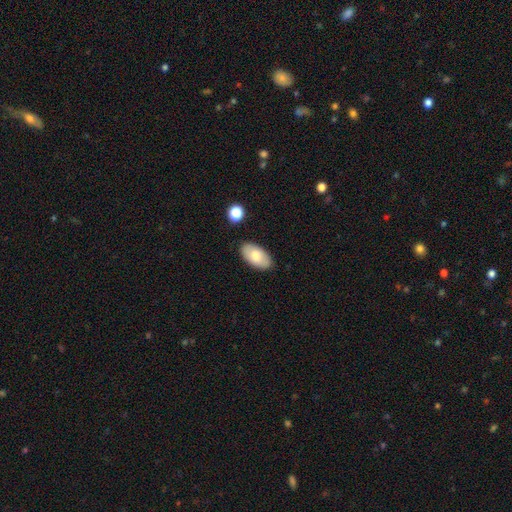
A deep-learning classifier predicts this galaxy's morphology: smooth 73%, featured or disk 20%, star or artifact 6%. Down the decision tree: how rounded — in between (95%); merging — none (86%).